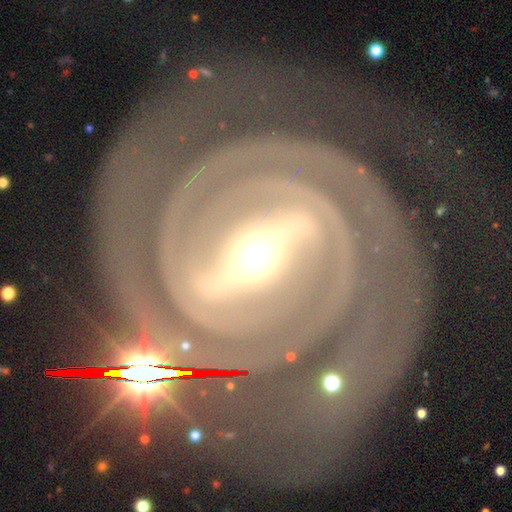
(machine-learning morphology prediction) Q: Smooth or featured?
A: featured or disk (92%); runner-up: star or artifact (5%)
Q: Edge-on disk?
A: no (95%); runner-up: yes (5%)
Q: Bar?
A: strong (81%); runner-up: weak (13%)
Q: Spiral arms?
A: yes (95%); runner-up: no (5%)
Q: Spiral winding?
A: tight (68%); runner-up: medium (25%)
Q: Spiral arm count?
A: 2 (73%); runner-up: can't tell (8%)
Q: Bulge size?
A: moderate (52%); runner-up: small (40%)
Q: Merging?
A: none (74%); runner-up: minor disturbance (12%)